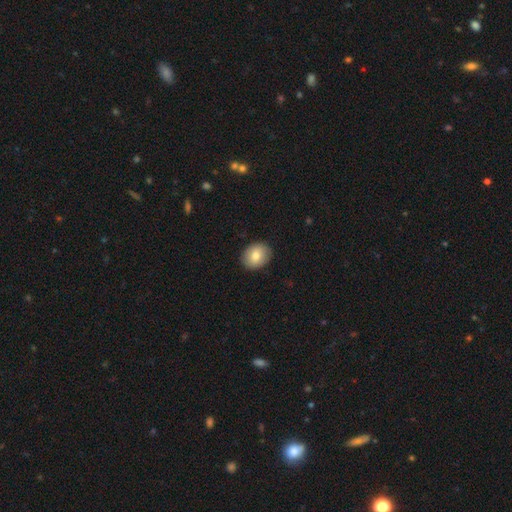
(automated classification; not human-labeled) Smooth or featured? smooth (80%)
How rounded? round (50%)
Merging? none (90%)